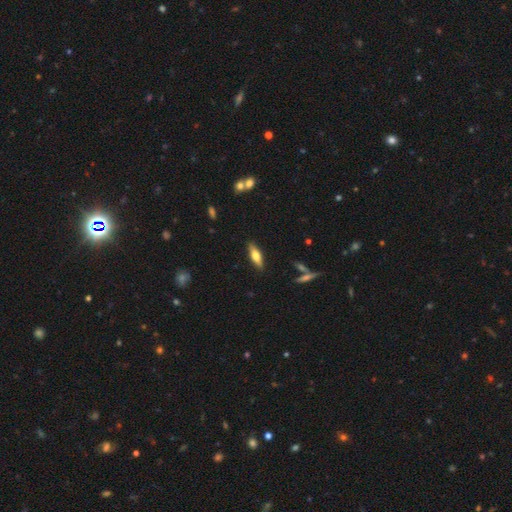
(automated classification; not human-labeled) smooth_or_featured: smooth (p=0.57) [alt: featured or disk p=0.37]
how_rounded: in between (p=0.49) [tied with: cigar-shaped p=0.49]
merging: none (p=0.86) [alt: minor disturbance p=0.09]